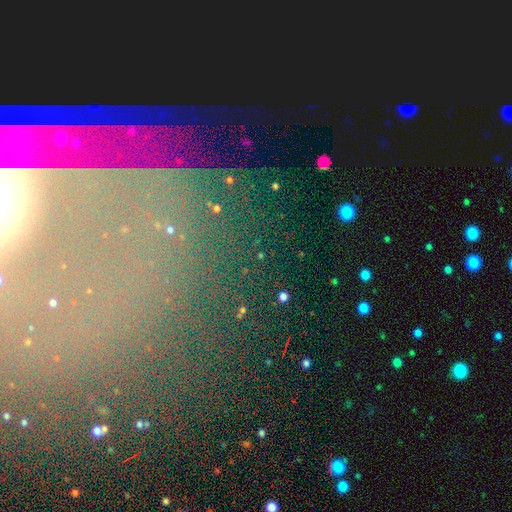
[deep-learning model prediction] This appears to be a star or artifact, not a galaxy (55%).